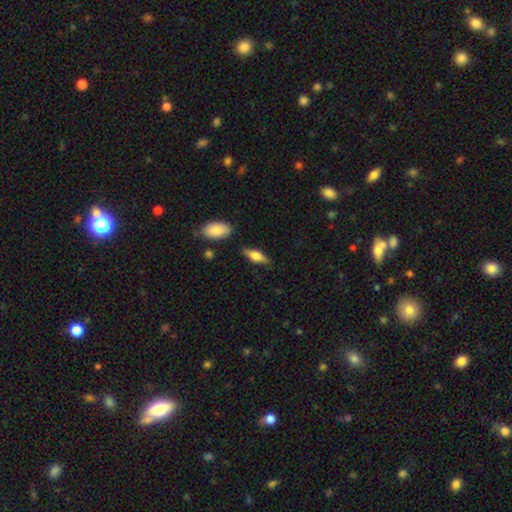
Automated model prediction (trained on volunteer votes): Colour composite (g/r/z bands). It shows a smooth galaxy with no disk features (66%) that is in between round and cigar-shaped (71%). Merging: none (78%).